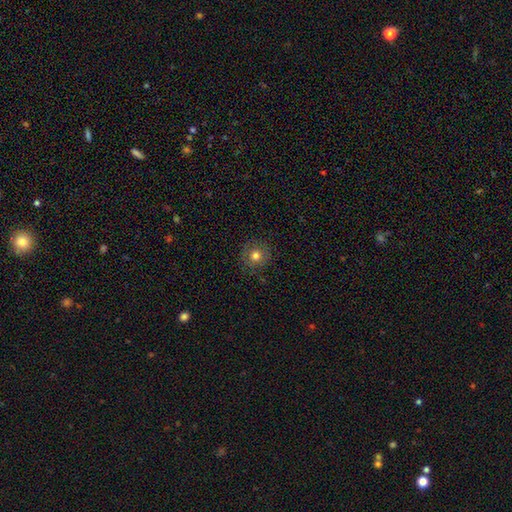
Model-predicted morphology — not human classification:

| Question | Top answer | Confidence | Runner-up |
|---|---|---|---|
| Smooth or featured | smooth | 74% | featured or disk (14%) |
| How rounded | round | 93% | in between (6%) |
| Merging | none | 87% | minor disturbance (9%) |